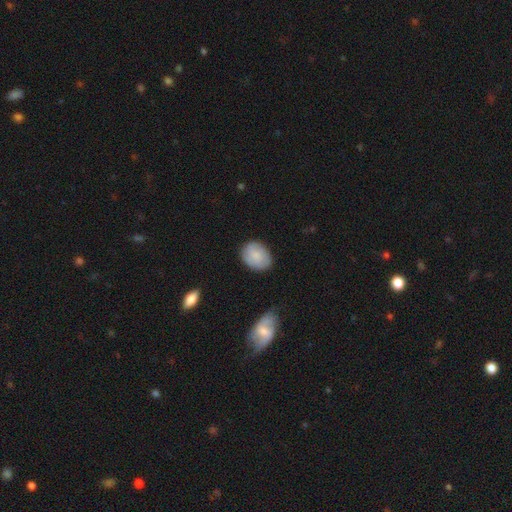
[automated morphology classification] A smooth galaxy with no disk features (76%) that is in between round and cigar-shaped (62%).

Vote fractions:
- Smooth or featured? smooth: 76% / featured or disk: 17% / star or artifact: 7%
- How rounded? in between: 62% / round: 37% / cigar-shaped: 1%
- Merging? none: 80% / minor disturbance: 16% / major disturbance: 3% / merger: 1%